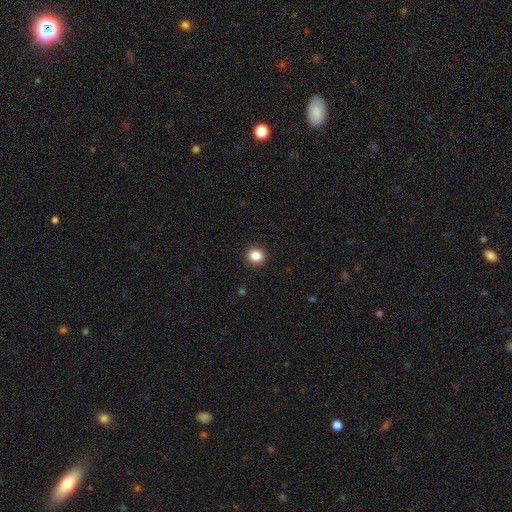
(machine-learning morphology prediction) This is clearly a smooth galaxy (85%). How rounded: clearly round (92%). Merging: clearly none (93%).